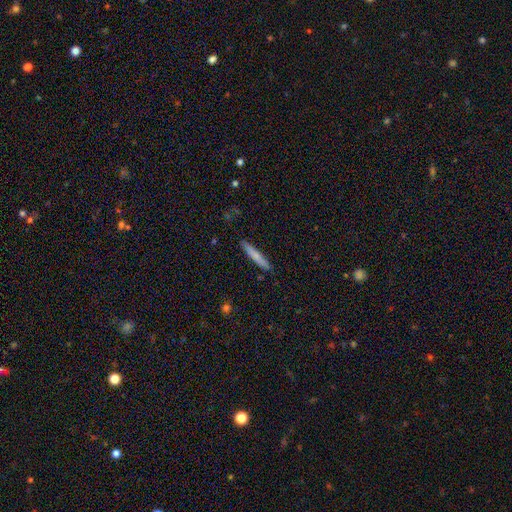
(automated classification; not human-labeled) smooth-or-featured: smooth: 70% | featured or disk: 24% | star or artifact: 6%
  how-rounded: cigar-shaped: 94% | in between: 5% | round: 1%
  merging: none: 89% | minor disturbance: 8% | major disturbance: 2% | merger: 1%